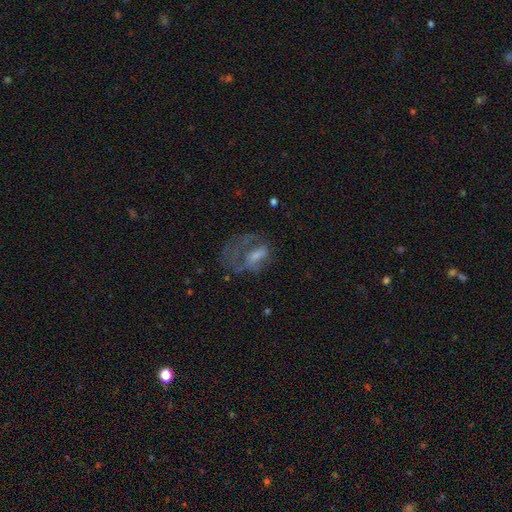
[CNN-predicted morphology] Smooth or featured: featured or disk — 50% (smooth — 35%)
Merging: major disturbance — 49% (none — 30%)